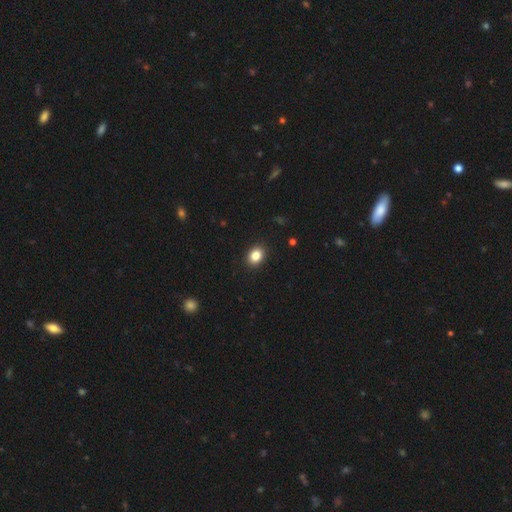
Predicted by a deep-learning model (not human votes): A smooth galaxy with no disk features (85%) that is in between round and cigar-shaped (58%).

Vote fractions:
- Smooth or featured? smooth: 85% / star or artifact: 10% / featured or disk: 5%
- How rounded? in between: 58% / round: 41% / cigar-shaped: 1%
- Merging? none: 91% / minor disturbance: 6% / major disturbance: 2% / merger: 1%